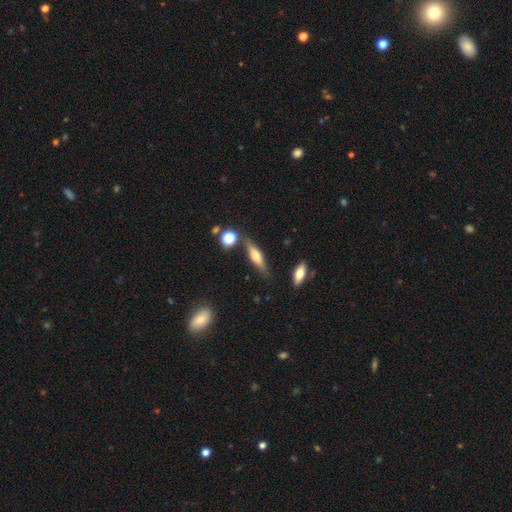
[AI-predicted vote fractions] This is possibly a featured or disk galaxy (52%). It is clearly viewed edge-on (93%). Merging: likely none (77%).